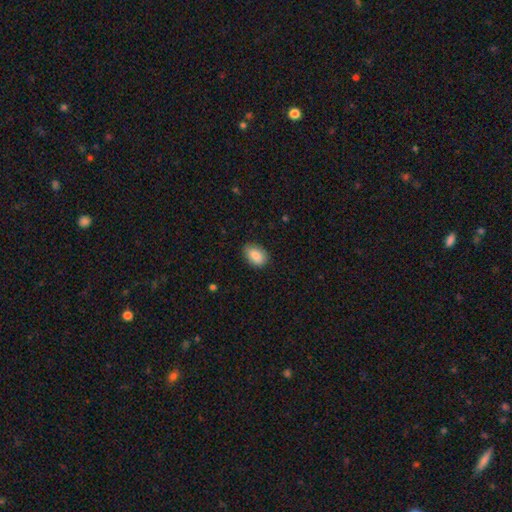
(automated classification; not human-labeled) smooth 88%, star or artifact 7%, featured or disk 5%. Down the decision tree: how rounded — in between (88%); merging — none (80%).